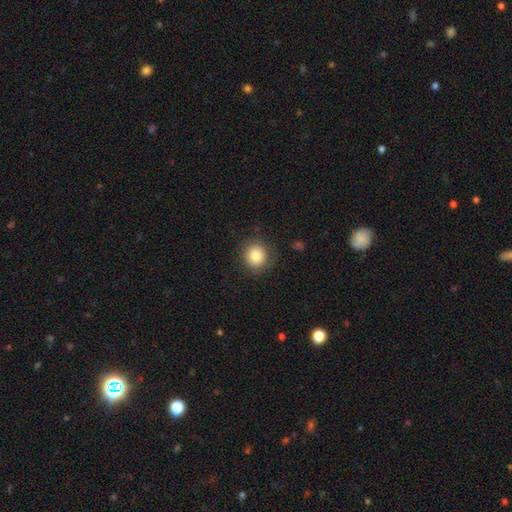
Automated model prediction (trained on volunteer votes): Overall: smooth (83%). How rounded: round (89%). Merging: none (84%).